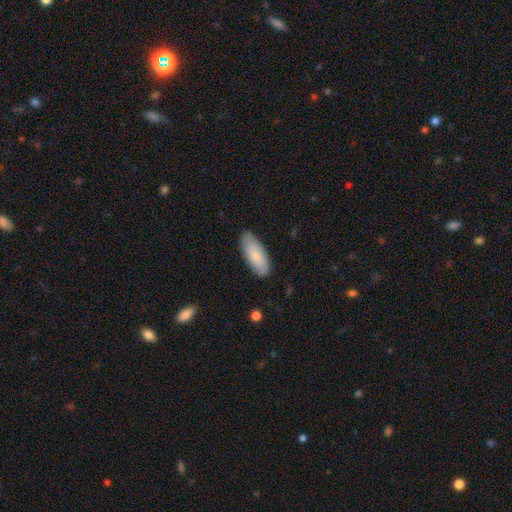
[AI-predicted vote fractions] This appears to be a smooth galaxy with no disk features (81%) that is in between round and cigar-shaped (81%). Merging: none (83%).